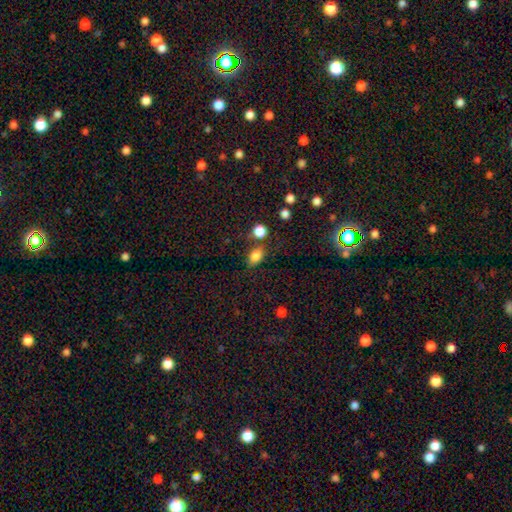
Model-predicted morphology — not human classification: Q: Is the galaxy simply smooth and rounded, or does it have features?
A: smooth — 83%.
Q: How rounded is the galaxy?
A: in between — 78%.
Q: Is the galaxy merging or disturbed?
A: none — 73%.